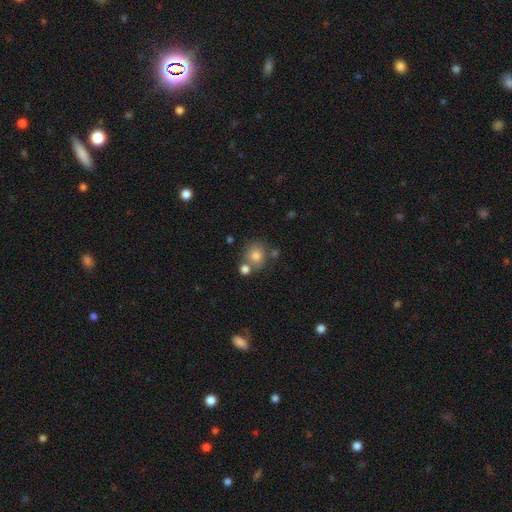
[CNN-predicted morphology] smooth_or_featured: smooth (p=0.79) [alt: star or artifact p=0.11]
how_rounded: round (p=0.79) [alt: in between p=0.20]
merging: none (p=0.59) [alt: merger p=0.24]